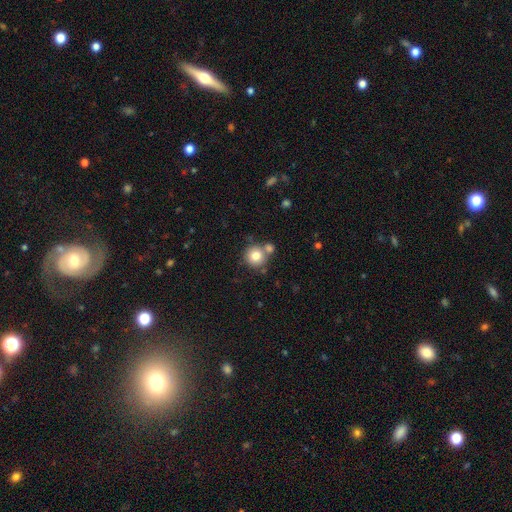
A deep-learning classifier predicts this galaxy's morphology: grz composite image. It shows a smooth galaxy with no disk features (79%) that is round (93%). Merging: none (65%).